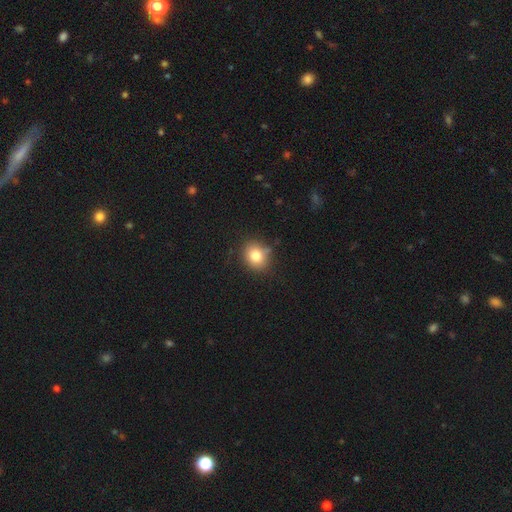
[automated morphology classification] A smooth galaxy with no disk features (80%) that is round (66%). Merging: none (78%).